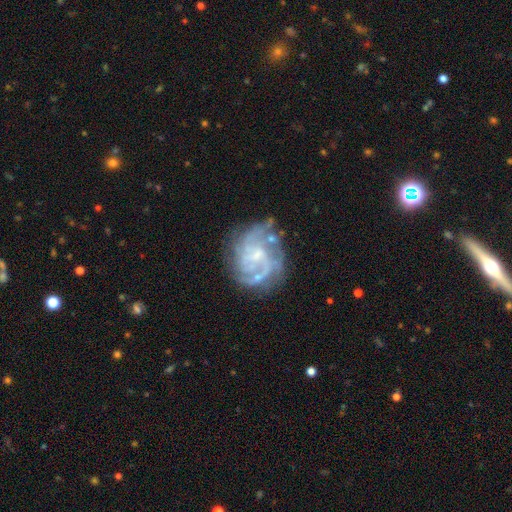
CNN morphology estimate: The model was most divided on "spiral winding": tight: 45%, medium: 40%, loose: 15%. Remaining: edge-on disk — no (98%); spiral arms — yes (85%); smooth or featured — featured or disk (81%); merging — none (61%); bulge size — small (51%); bar — no (49%); spiral arm count — can't tell (35%).